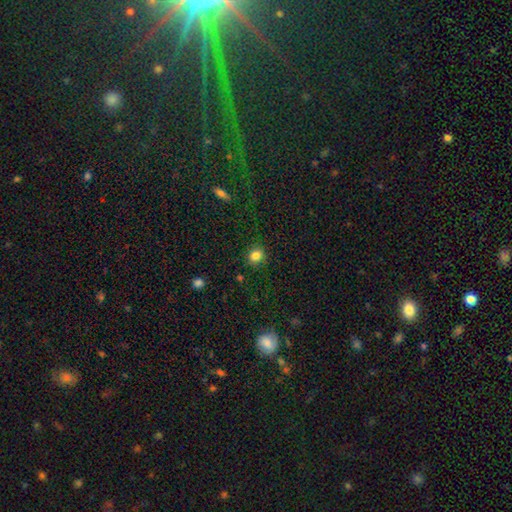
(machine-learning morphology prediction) The model was most divided on "how rounded": round: 73%, in between: 26%, cigar-shaped: 1%. More confident: merging — none (88%); smooth or featured — smooth (84%).